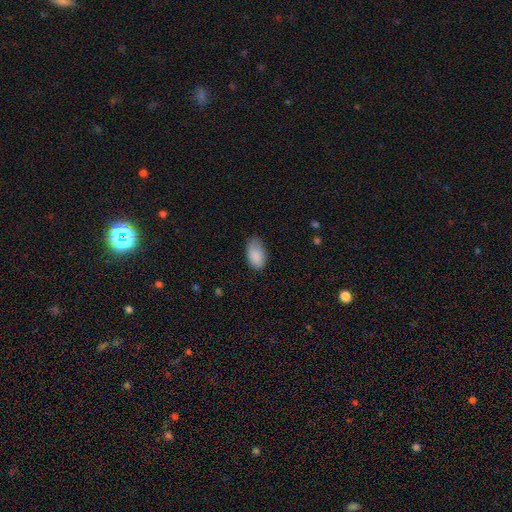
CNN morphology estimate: This appears to be a smooth galaxy with no disk features (88%) that is in between round and cigar-shaped (94%). Merging: none (70%).